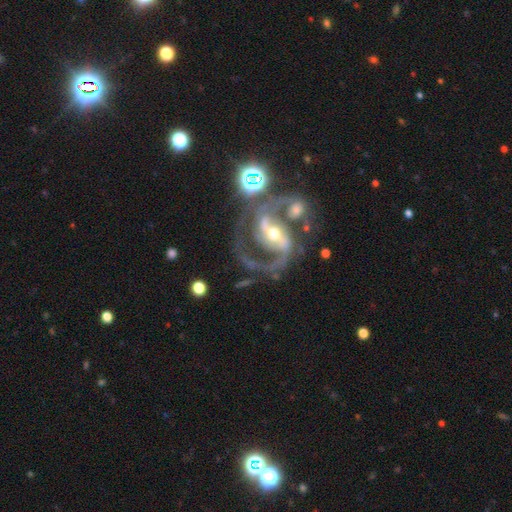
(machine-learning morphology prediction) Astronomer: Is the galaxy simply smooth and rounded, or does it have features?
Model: featured or disk — 86%.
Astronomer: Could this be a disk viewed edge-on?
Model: no — 97%.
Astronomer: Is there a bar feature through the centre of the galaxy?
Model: strong — 39% (runner-up: weak, 38%).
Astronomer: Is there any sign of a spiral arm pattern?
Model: yes — 94%.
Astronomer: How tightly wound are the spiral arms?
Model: medium — 52% (runner-up: tight, 30%).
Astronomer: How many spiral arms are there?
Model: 2 — 77%.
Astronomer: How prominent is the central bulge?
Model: small — 54% (runner-up: moderate, 37%).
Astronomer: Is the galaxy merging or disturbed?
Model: none — 43% (runner-up: merger, 23%).